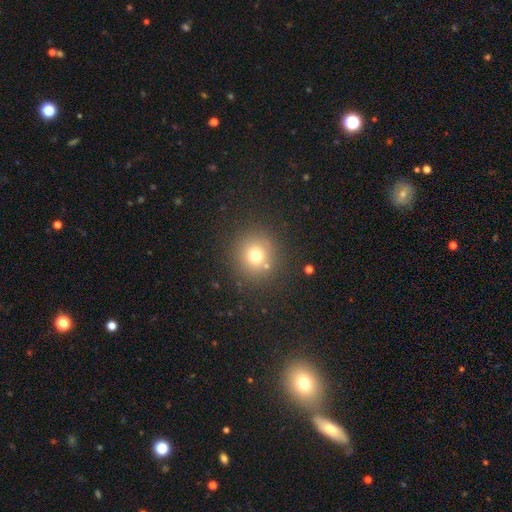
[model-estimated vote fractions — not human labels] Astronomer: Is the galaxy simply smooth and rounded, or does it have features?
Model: smooth — 74%.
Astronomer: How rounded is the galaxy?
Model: round — 89%.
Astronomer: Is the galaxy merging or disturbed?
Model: none — 83%.